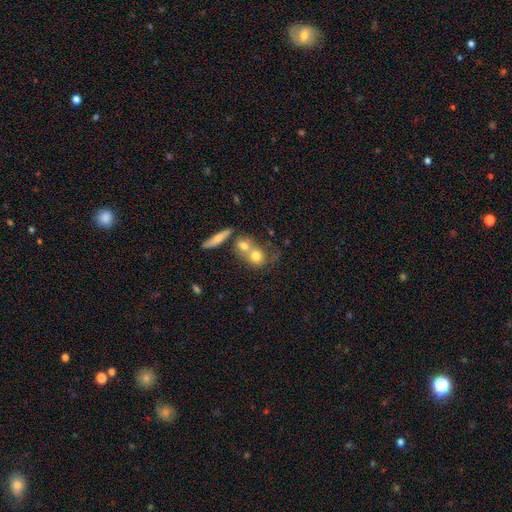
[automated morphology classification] Smooth or featured: smooth — 70% (featured or disk — 20%)
How rounded: round — 67% (in between — 29%)
Merging: merger — 56% (none — 30%)